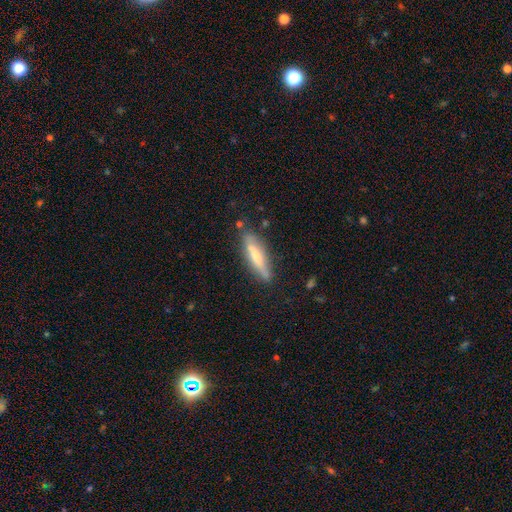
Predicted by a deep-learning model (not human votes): Smooth or featured? smooth (50%)
Merging? none (80%)